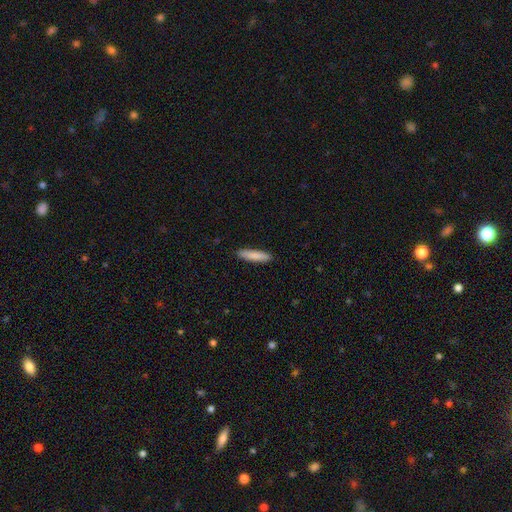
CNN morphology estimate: The model was most divided on "how rounded": cigar-shaped: 85%, in between: 14%, round: 1%. More confident: merging — none (91%); smooth or featured — smooth (86%).